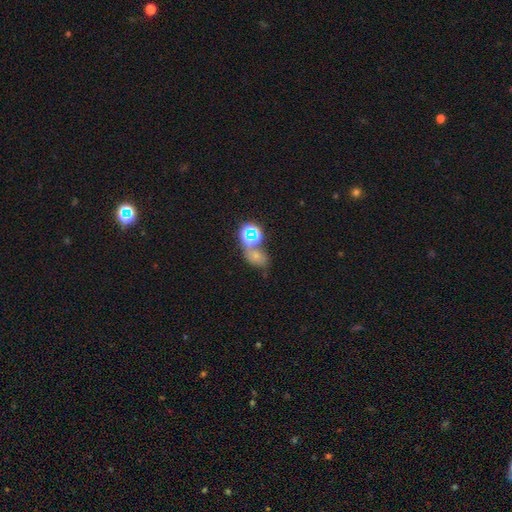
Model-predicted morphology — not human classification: A smooth galaxy with no disk features (50%) that is in between round and cigar-shaped (70%). Merging: none (40%).